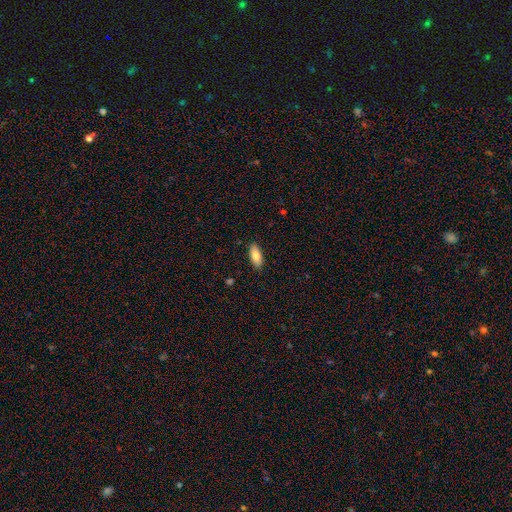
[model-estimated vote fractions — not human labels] smooth_or_featured: smooth (p=0.83) [alt: featured or disk p=0.11]
how_rounded: in between (p=0.83) [alt: cigar-shaped p=0.15]
merging: none (p=0.88) [alt: minor disturbance p=0.09]